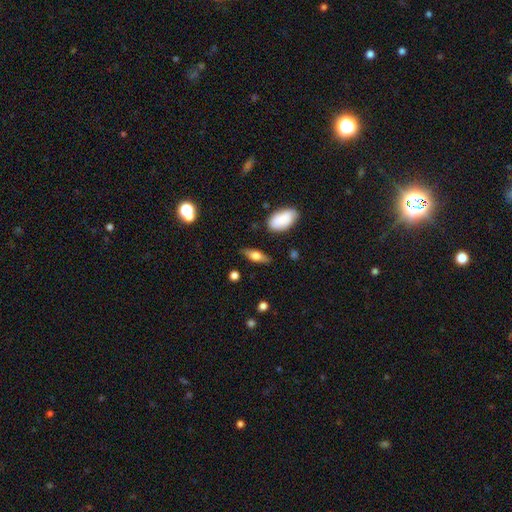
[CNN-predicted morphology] smooth 49%, featured or disk 43%, star or artifact 8%. Down the decision tree: merging — none (81%).